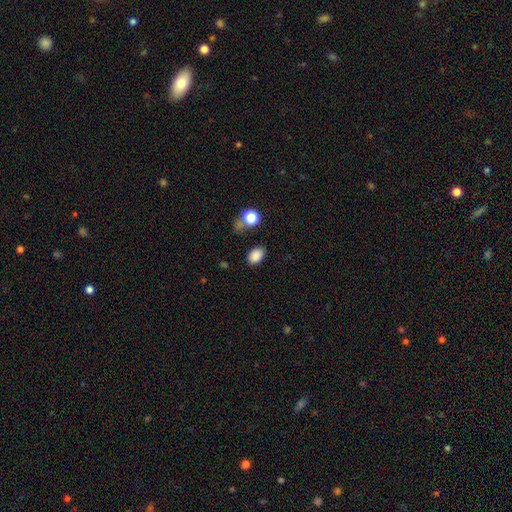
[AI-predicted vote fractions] A smooth galaxy with no disk features (86%) that is in between round and cigar-shaped (79%).

Vote fractions:
- Smooth or featured? smooth: 86% / star or artifact: 10% / featured or disk: 4%
- How rounded? in between: 79% / round: 20% / cigar-shaped: 1%
- Merging? none: 78% / minor disturbance: 14% / major disturbance: 4% / merger: 4%